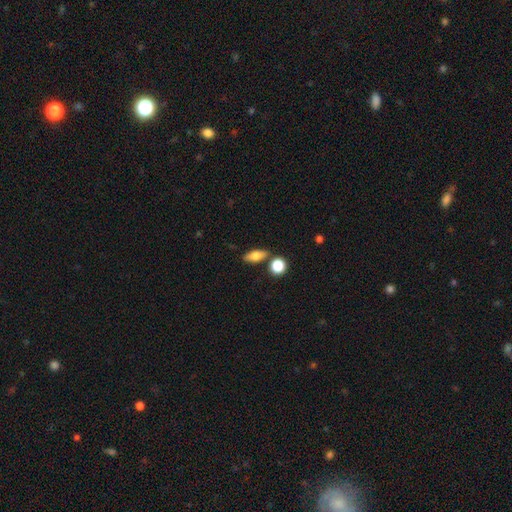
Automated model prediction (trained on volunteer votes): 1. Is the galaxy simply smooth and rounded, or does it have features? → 71% smooth, 21% featured or disk, 9% star or artifact.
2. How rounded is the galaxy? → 69% in between, 20% cigar-shaped, 11% round.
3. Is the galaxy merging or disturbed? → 77% none, 11% minor disturbance, 9% merger, 3% major disturbance.